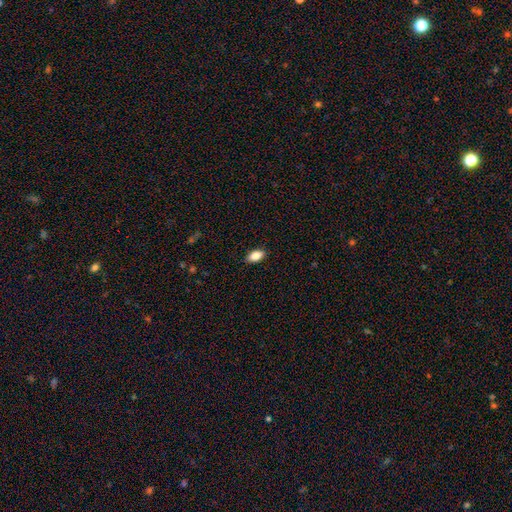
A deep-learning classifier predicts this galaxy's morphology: This appears to be a smooth galaxy with no disk features (86%) that is in between round and cigar-shaped (91%). Merging: none (89%).